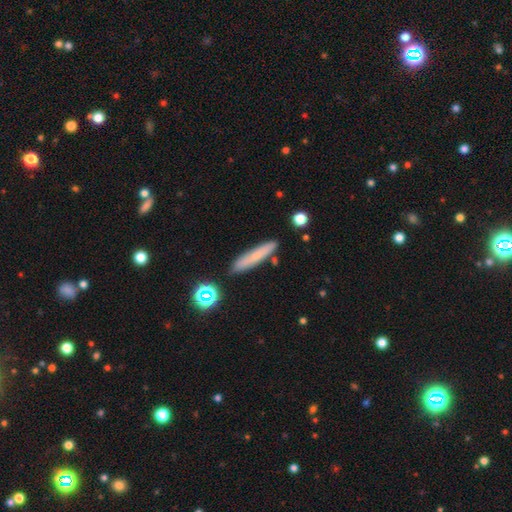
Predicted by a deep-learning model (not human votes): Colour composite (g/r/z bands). It shows a smooth galaxy with no disk features (64%) that is cigar-shaped (89%). Merging: none (84%).